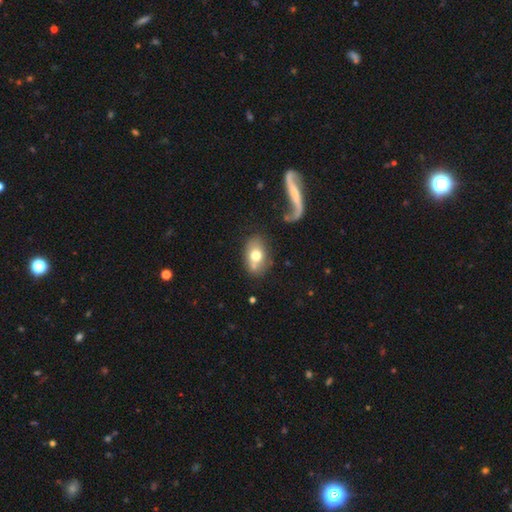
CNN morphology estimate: smooth-or-featured: smooth: 68% | featured or disk: 24% | star or artifact: 8%
  how-rounded: in between: 79% | round: 19% | cigar-shaped: 2%
  merging: none: 58% | minor disturbance: 17% | merger: 15% | major disturbance: 10%